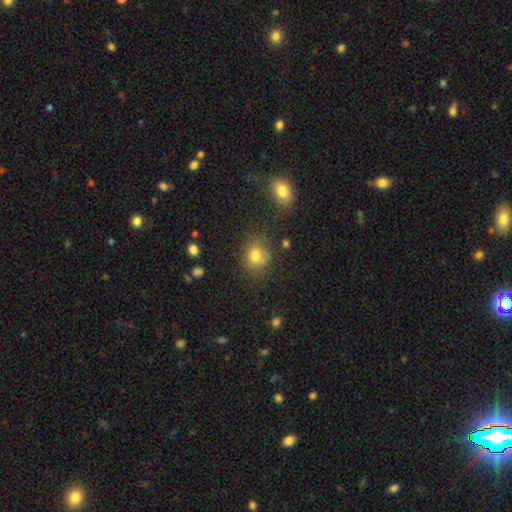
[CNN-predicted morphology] This is likely a smooth galaxy (78%). How rounded: likely round (69%). Merging: likely none (67%).